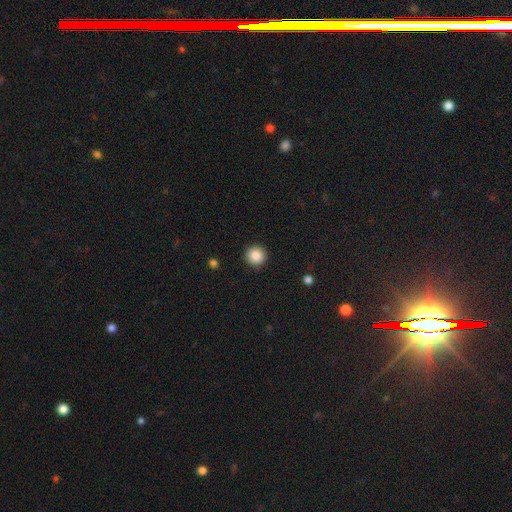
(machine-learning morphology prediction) Smooth or featured? smooth (88%)
How rounded? round (94%)
Merging? none (92%)